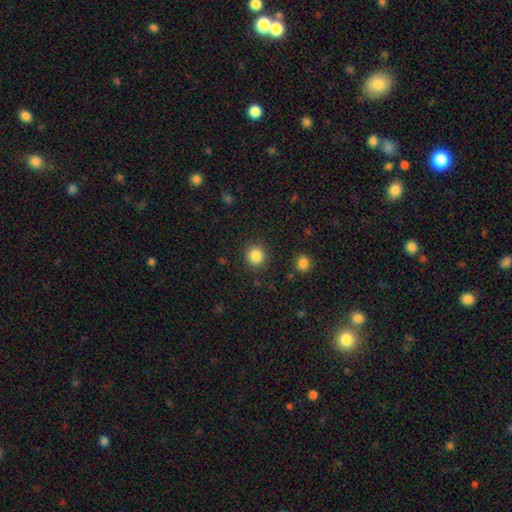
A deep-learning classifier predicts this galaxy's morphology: A smooth galaxy with no disk features (85%) that is round (91%). Merging: none (89%).